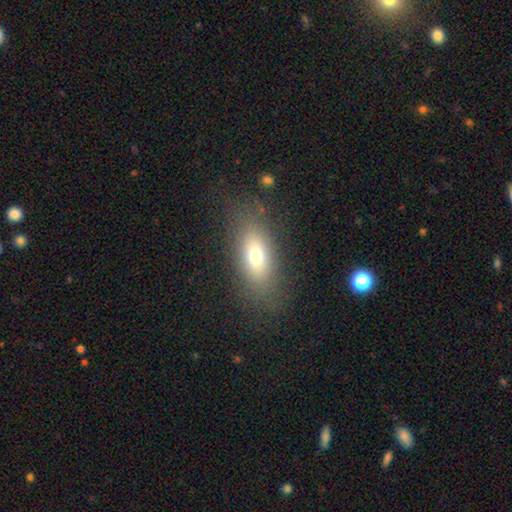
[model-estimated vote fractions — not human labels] This is likely a smooth galaxy (69%). How rounded: likely in between (79%). Merging: clearly none (81%).